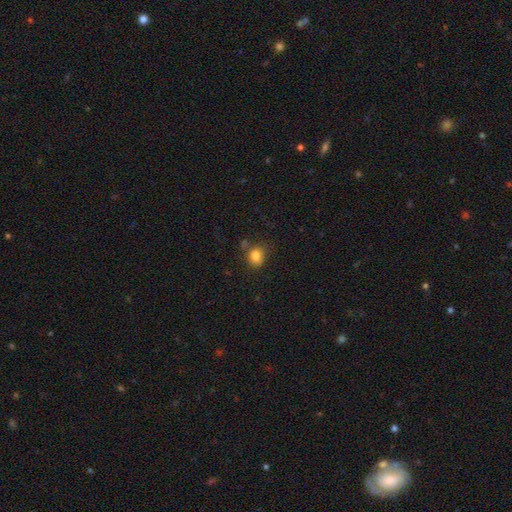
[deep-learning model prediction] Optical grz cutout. It shows a smooth galaxy with no disk features (83%) that is in between round and cigar-shaped (54%). Merging: none (64%).